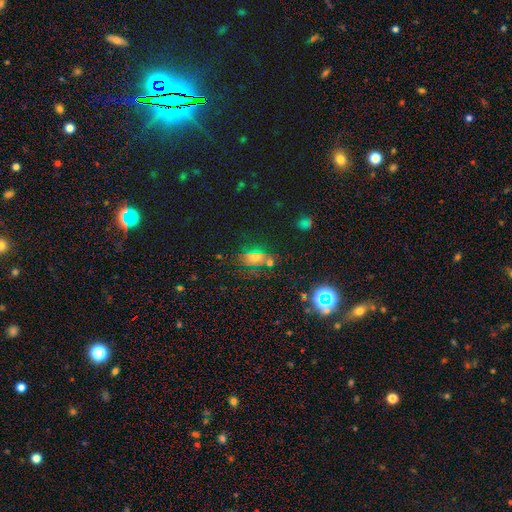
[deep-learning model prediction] Smooth or featured?
  - smooth: 46% *
  - star or artifact: 42%
  - featured or disk: 12%
Merging?
  - none: 71% *
  - minor disturbance: 15%
  - major disturbance: 7%
  - merger: 7%